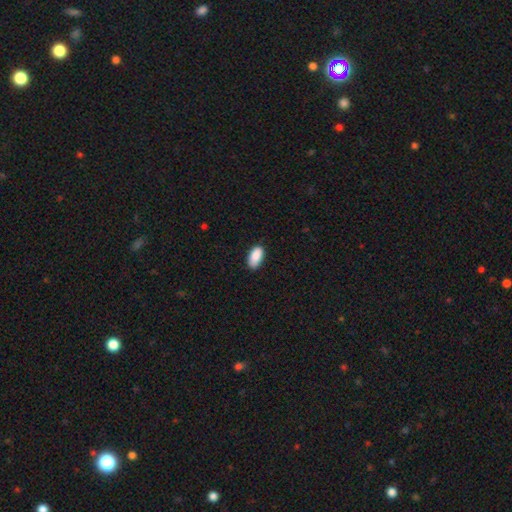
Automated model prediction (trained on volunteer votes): Smooth or featured?
  - smooth: 89% *
  - star or artifact: 7%
  - featured or disk: 4%
How rounded?
  - in between: 94% *
  - cigar-shaped: 3%
  - round: 3%
Merging?
  - none: 82% *
  - minor disturbance: 14%
  - major disturbance: 2%
  - merger: 1%